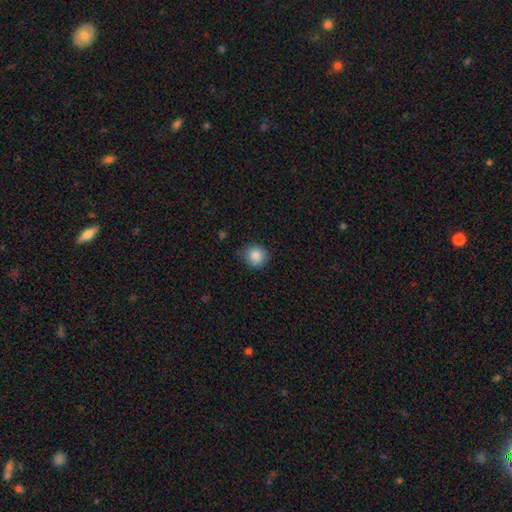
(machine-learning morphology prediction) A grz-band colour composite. It shows a smooth galaxy with no disk features (86%) that is round (90%). Merging: none (79%).